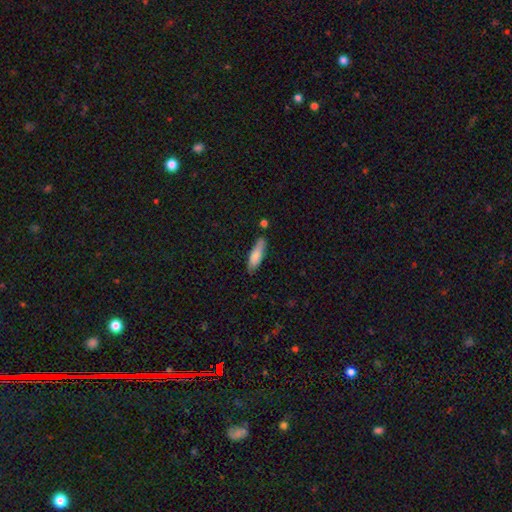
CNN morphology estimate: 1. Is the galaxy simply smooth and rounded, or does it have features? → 79% smooth, 15% featured or disk, 6% star or artifact.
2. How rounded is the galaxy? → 54% cigar-shaped, 44% in between, 2% round.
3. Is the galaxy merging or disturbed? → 74% none, 19% minor disturbance, 4% merger, 3% major disturbance.